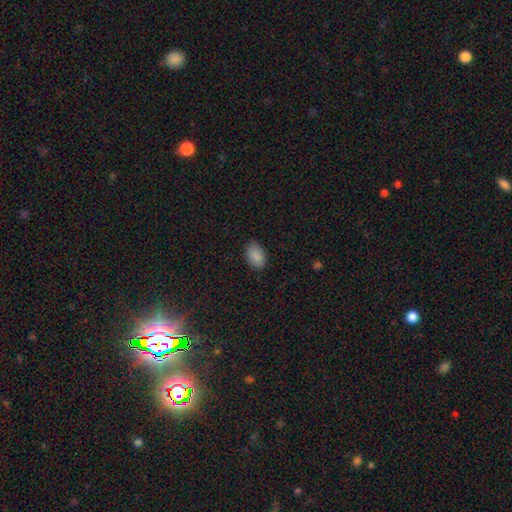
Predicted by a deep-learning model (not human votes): Morphology: type=smooth (89%); roundness=in between (90%); merging=none (85%).